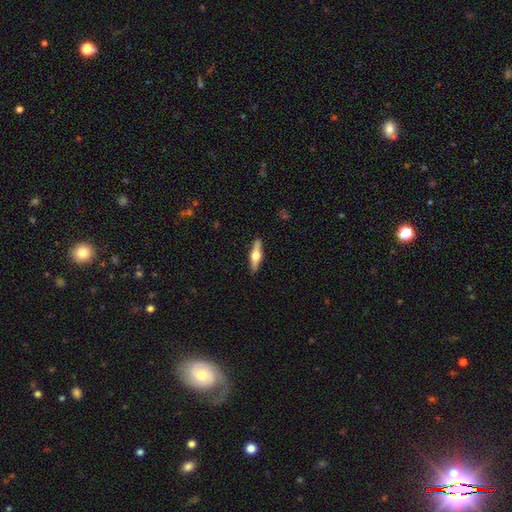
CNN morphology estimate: type=featured or disk (64%); edge-on=yes (96%); edge-on bulge=rounded (95%); merging=none (90%).